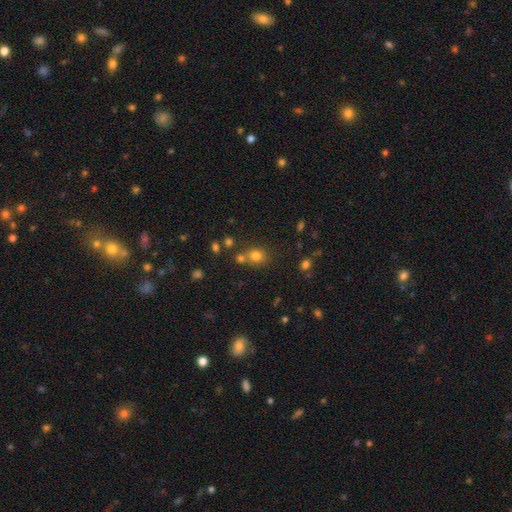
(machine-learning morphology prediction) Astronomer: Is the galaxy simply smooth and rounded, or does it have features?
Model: smooth — 76%.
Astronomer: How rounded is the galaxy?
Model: round — 70%.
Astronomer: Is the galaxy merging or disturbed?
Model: none — 63%.